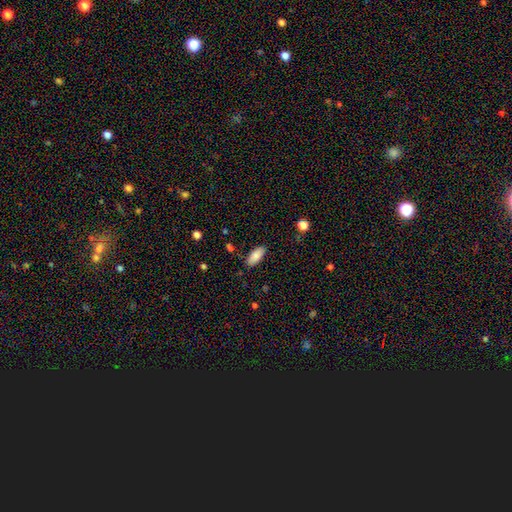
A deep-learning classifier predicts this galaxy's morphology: type=smooth (86%); roundness=in between (86%); merging=none (84%).